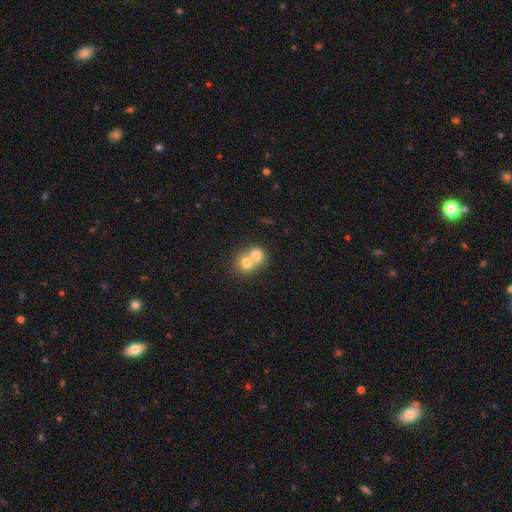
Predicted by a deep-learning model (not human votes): smooth 73%, featured or disk 18%, star or artifact 9%. Down the decision tree: how rounded — round (76%); merging — merger (70%).